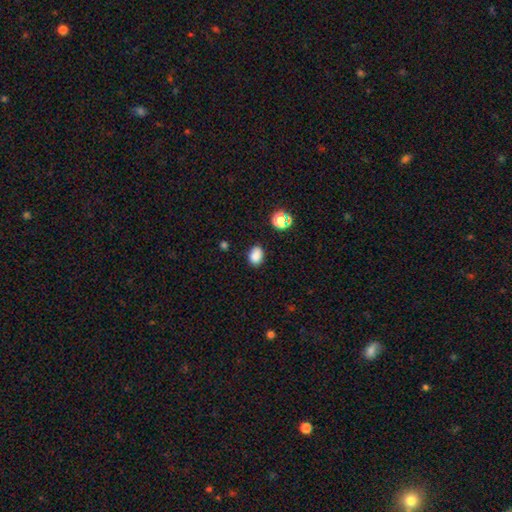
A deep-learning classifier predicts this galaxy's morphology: This appears to be a smooth galaxy with no disk features (85%) that is in between round and cigar-shaped (68%). Merging: none (81%).